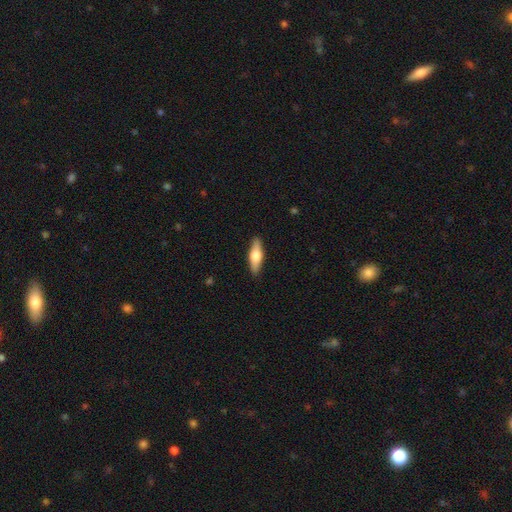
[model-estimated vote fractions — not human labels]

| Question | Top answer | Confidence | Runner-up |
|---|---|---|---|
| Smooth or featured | smooth | 58% | featured or disk (37%) |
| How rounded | cigar-shaped | 49% | in between (48%) |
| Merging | none | 89% | minor disturbance (8%) |